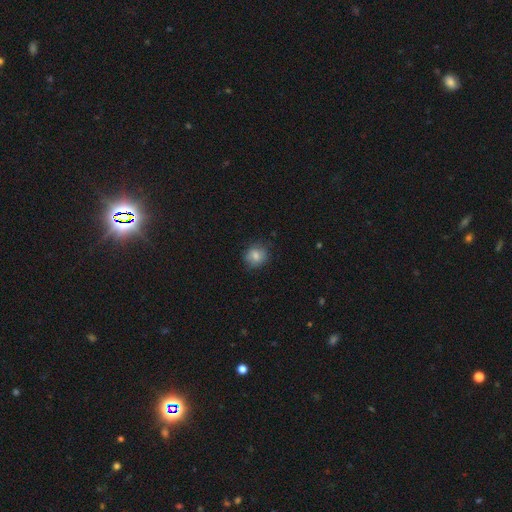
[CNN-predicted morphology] Q: Smooth or featured?
A: smooth (80%); runner-up: featured or disk (10%)
Q: How rounded?
A: round (79%); runner-up: in between (20%)
Q: Merging?
A: none (81%); runner-up: minor disturbance (14%)